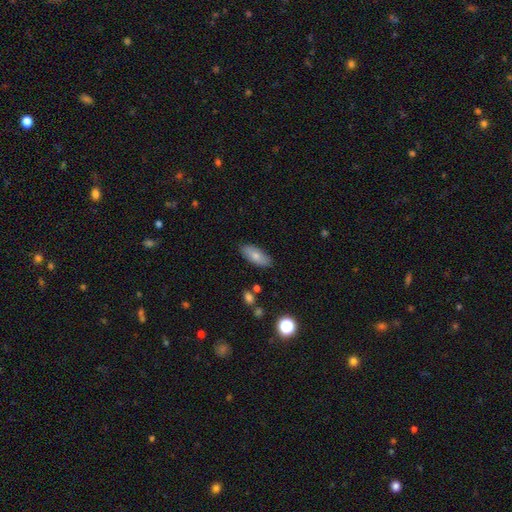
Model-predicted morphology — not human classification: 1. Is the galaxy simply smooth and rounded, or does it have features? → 77% smooth, 16% featured or disk, 7% star or artifact.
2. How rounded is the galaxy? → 84% in between, 14% cigar-shaped, 3% round.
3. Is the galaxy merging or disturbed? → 85% none, 11% minor disturbance, 2% major disturbance, 2% merger.